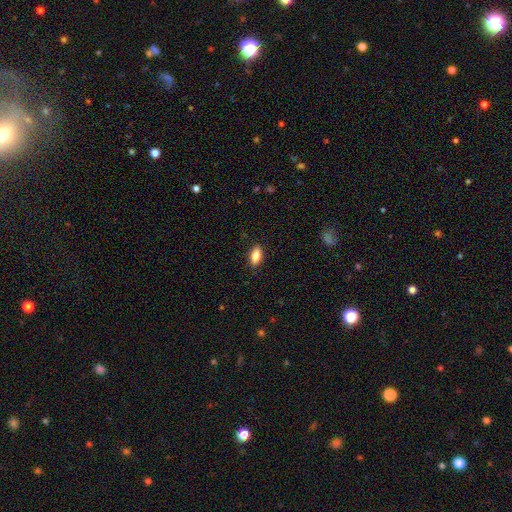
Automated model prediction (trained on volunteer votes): This is likely a smooth galaxy (78%). How rounded: clearly in between (85%). Merging: clearly none (87%).